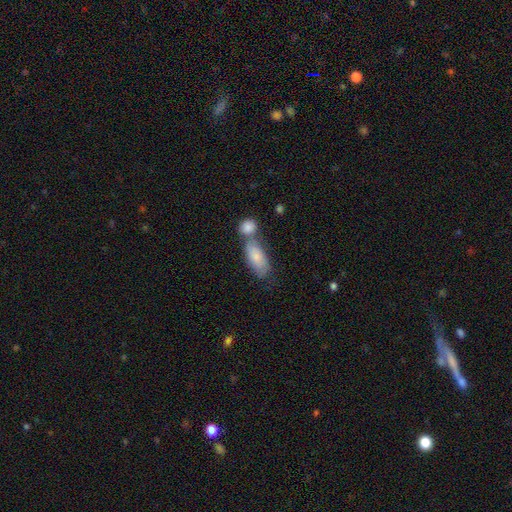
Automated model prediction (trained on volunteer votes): Overall: smooth (76%). How rounded: in between (85%). Merging: merger (45%; none 38%).